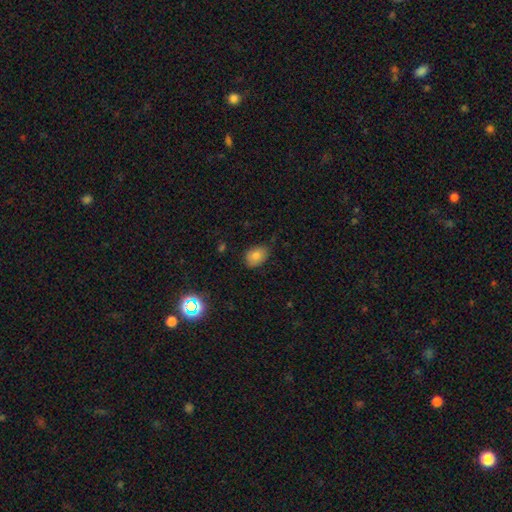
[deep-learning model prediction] A smooth galaxy with no disk features (80%) that is in between round and cigar-shaped (72%). Merging: none (76%).